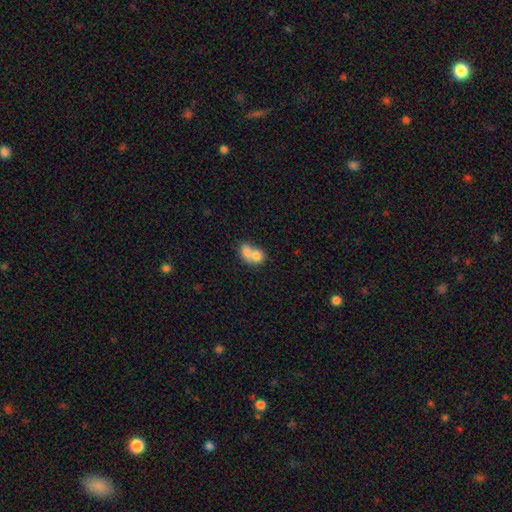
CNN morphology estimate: Smooth or featured?
  - smooth: 73% *
  - featured or disk: 19%
  - star or artifact: 9%
How rounded?
  - in between: 50% *
  - round: 48%
  - cigar-shaped: 1%
Merging?
  - merger: 75% *
  - none: 17%
  - minor disturbance: 5%
  - major disturbance: 3%